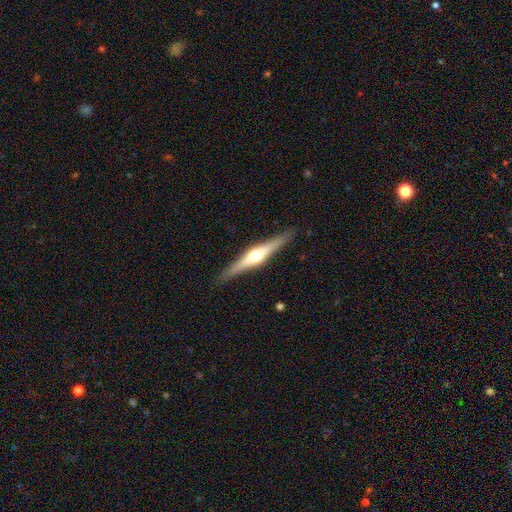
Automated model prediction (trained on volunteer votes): Morphology: type=featured or disk (74%); edge-on=yes (98%); edge-on bulge=rounded (92%); merging=none (90%).